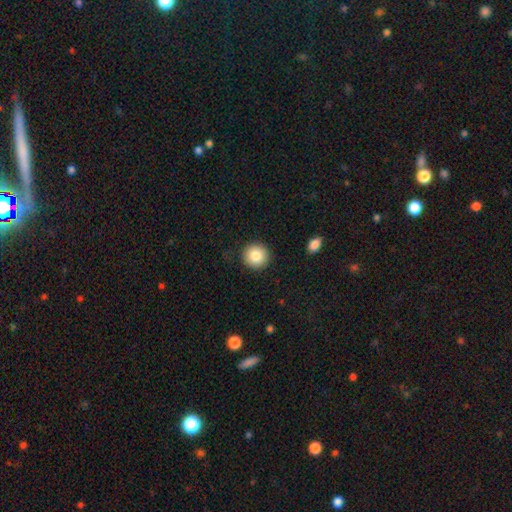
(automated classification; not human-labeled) This is clearly a smooth galaxy (85%). How rounded: clearly round (94%). Merging: clearly none (90%).